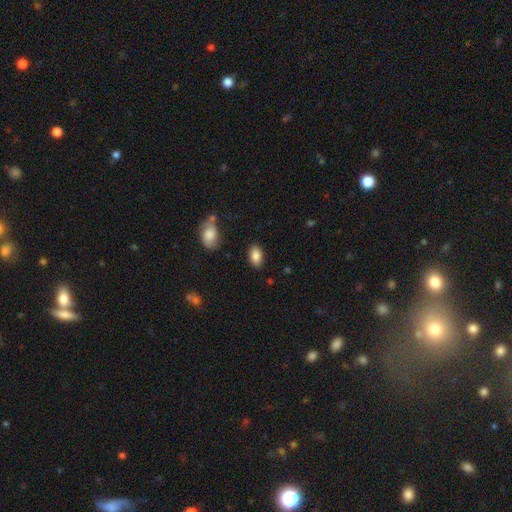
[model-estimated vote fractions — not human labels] smooth_or_featured: smooth (p=0.86) [alt: star or artifact p=0.07]
how_rounded: in between (p=0.91) [alt: round p=0.07]
merging: none (p=0.85) [alt: minor disturbance p=0.10]